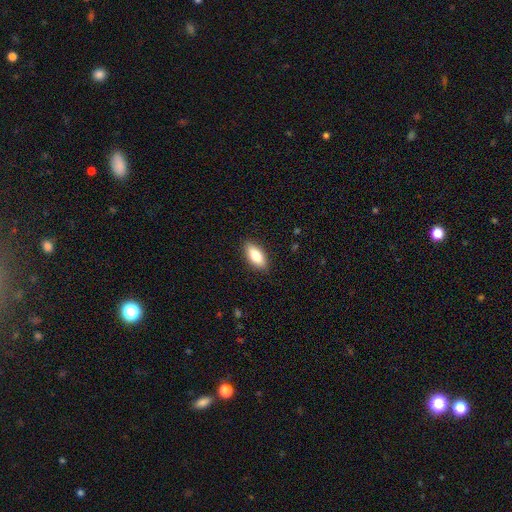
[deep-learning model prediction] smooth 80%, featured or disk 13%, star or artifact 7%. Down the decision tree: how rounded — in between (84%); merging — none (88%).